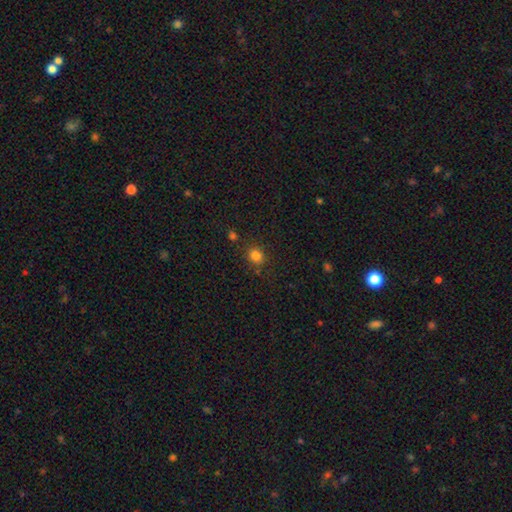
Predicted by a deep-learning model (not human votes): The model was most divided on "how rounded": round: 74%, in between: 25%, cigar-shaped: 1%. More confident: smooth or featured — smooth (81%); merging — none (81%).